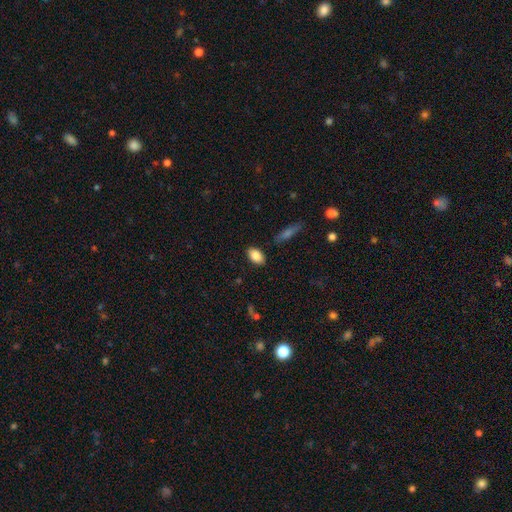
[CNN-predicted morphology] smooth-or-featured: smooth: 86% | star or artifact: 7% | featured or disk: 7%
  how-rounded: in between: 90% | round: 8% | cigar-shaped: 2%
  merging: none: 86% | minor disturbance: 10% | major disturbance: 2% | merger: 2%